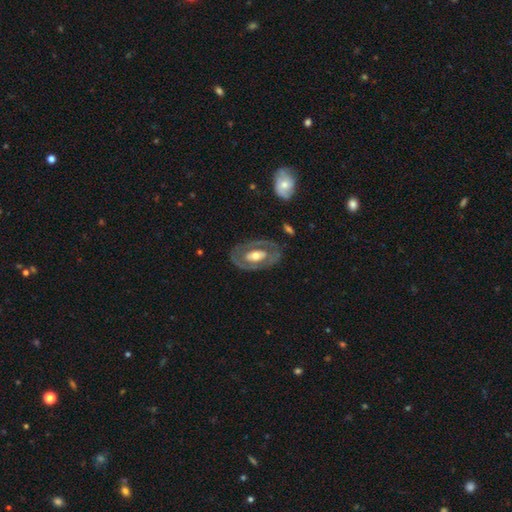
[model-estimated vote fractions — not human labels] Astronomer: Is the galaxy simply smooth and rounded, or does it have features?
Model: featured or disk — 68%.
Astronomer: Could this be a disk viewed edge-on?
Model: no — 92%.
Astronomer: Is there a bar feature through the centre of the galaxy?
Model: no — 62%.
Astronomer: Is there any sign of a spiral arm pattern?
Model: no — 67%.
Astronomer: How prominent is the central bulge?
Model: moderate — 62%.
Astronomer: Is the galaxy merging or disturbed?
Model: none — 77%.